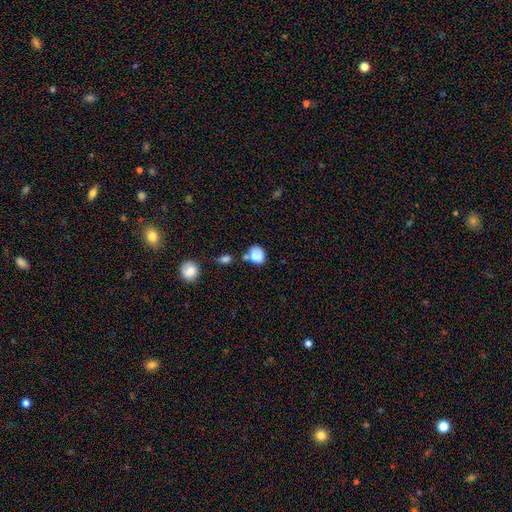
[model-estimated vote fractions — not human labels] smooth-or-featured: smooth: 74% | featured or disk: 16% | star or artifact: 10%
  how-rounded: round: 53% | in between: 46% | cigar-shaped: 1%
  merging: none: 40% | merger: 29% | minor disturbance: 22% | major disturbance: 9%